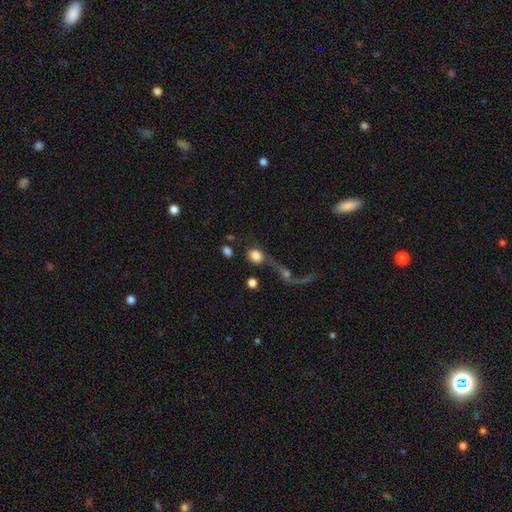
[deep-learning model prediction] Smooth or featured?
  - smooth: 76% *
  - featured or disk: 15%
  - star or artifact: 9%
How rounded?
  - round: 62% *
  - in between: 35%
  - cigar-shaped: 3%
Merging?
  - merger: 42% *
  - none: 33%
  - major disturbance: 15%
  - minor disturbance: 10%